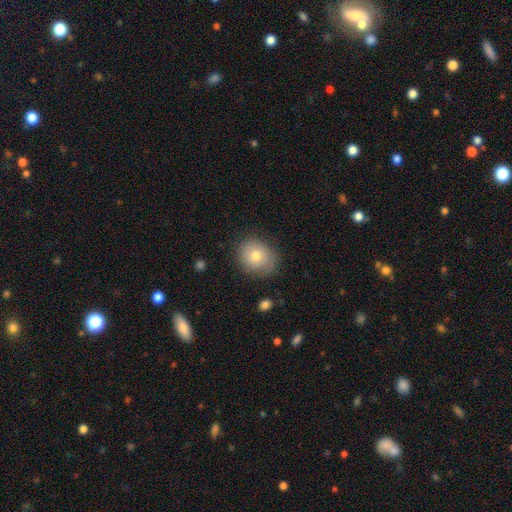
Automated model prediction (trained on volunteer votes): Morphology: type=smooth (75%); roundness=round (69%); merging=none (76%).